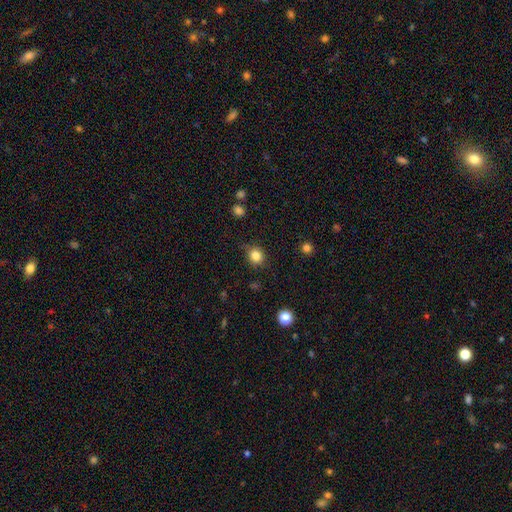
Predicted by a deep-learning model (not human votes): Smooth or featured? smooth (83%)
How rounded? round (83%)
Merging? none (81%)